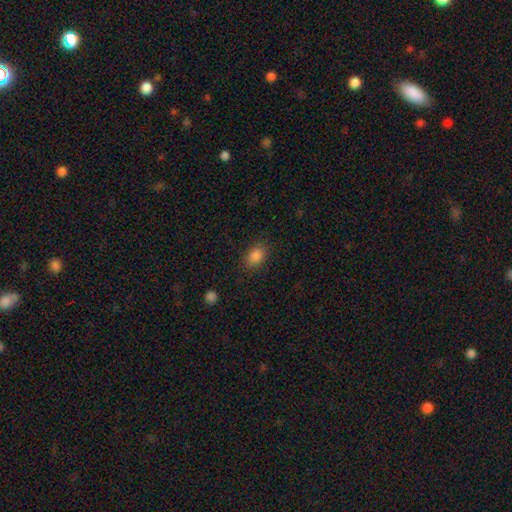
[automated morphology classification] Smooth or featured? smooth (86%)
How rounded? in between (80%)
Merging? none (85%)